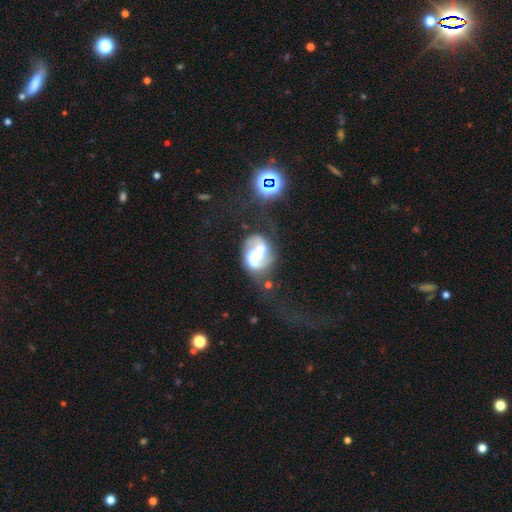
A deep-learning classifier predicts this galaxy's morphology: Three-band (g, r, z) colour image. It shows a featured or disk galaxy (76%) with no bar (44%), 2 (80%) medium (42%, tied with loose) spiral arms (81%) and a moderate central bulge (47%). Merging: none (34%).